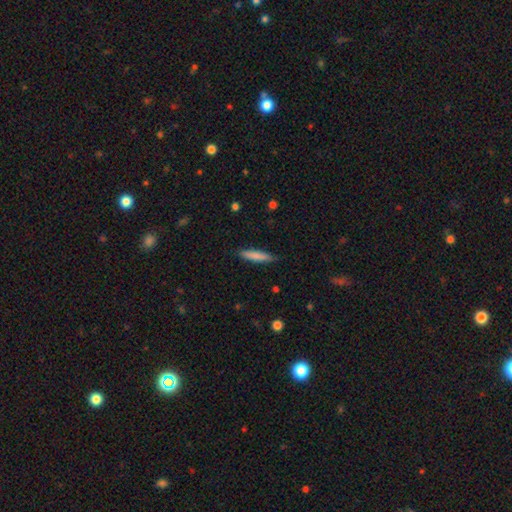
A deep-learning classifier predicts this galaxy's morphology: Overall: smooth (80%). How rounded: cigar-shaped (86%). Merging: none (87%).